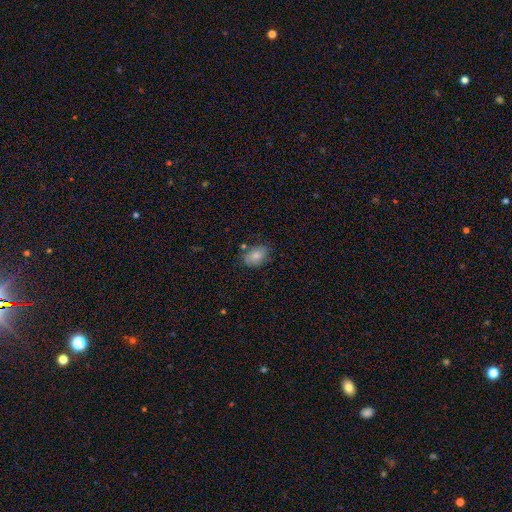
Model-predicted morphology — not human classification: Smooth or featured? Predicted: smooth (p=0.75). How rounded? Predicted: in between (p=0.80). Merging? Predicted: none (p=0.72).